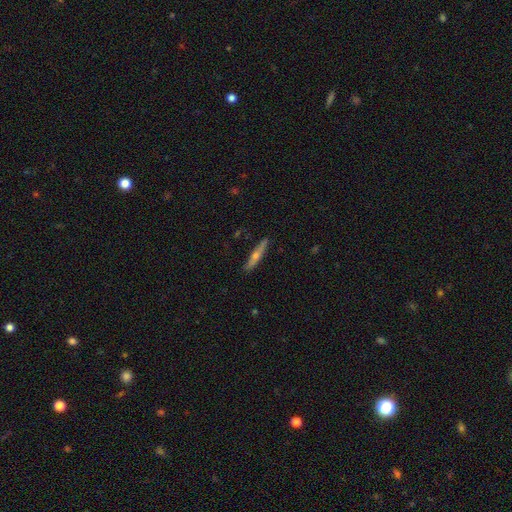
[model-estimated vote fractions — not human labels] Q: Smooth or featured?
A: featured or disk (53%); runner-up: smooth (41%)
Q: Edge-on disk?
A: yes (93%); runner-up: no (7%)
Q: Merging?
A: none (88%); runner-up: minor disturbance (10%)